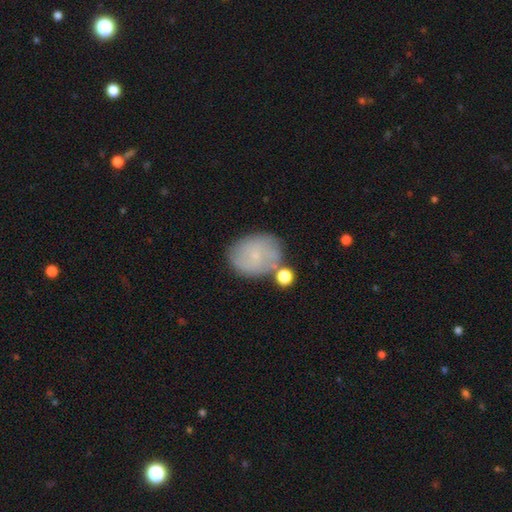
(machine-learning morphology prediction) A smooth galaxy with no disk features (53%) that is in between round and cigar-shaped (52%). Merging: none (64%).